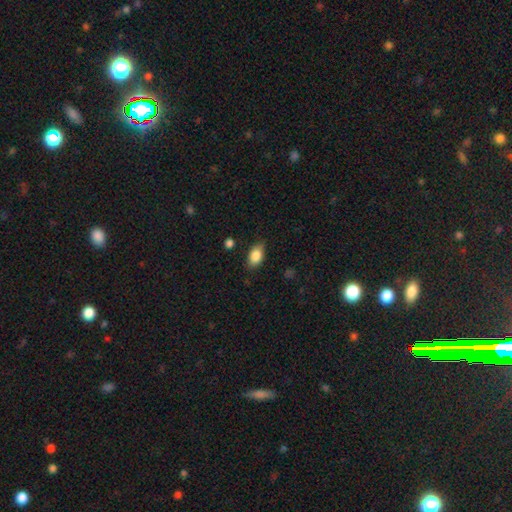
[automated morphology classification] Smooth or featured?
  - smooth: 85% *
  - featured or disk: 8%
  - star or artifact: 8%
How rounded?
  - in between: 88% *
  - round: 9%
  - cigar-shaped: 3%
Merging?
  - none: 80% *
  - minor disturbance: 15%
  - major disturbance: 3%
  - merger: 1%